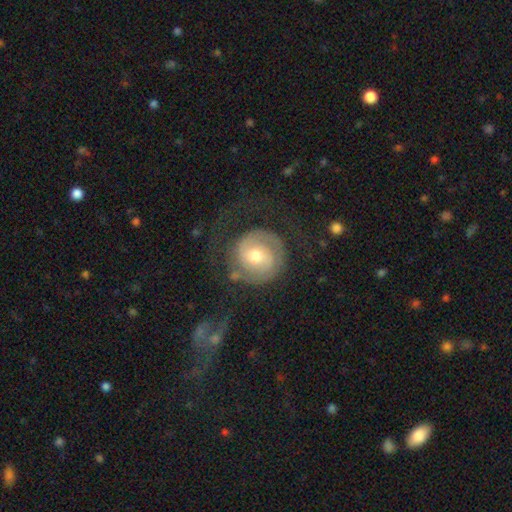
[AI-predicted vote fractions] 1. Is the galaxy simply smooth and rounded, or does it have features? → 76% featured or disk, 18% smooth, 6% star or artifact.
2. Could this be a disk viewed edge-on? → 98% no, 2% yes.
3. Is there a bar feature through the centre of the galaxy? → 52% no, 39% weak, 9% strong.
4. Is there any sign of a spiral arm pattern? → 91% yes, 9% no.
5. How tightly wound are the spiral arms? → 47% tight, 36% medium, 17% loose.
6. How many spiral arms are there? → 71% 2, 12% can't tell, 9% 1, 4% 3, 2% 4, 2% more than 4.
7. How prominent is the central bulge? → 64% moderate, 27% small, 6% large, 1% none, 1% dominant.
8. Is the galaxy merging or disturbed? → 61% none, 22% major disturbance, 15% minor disturbance, 2% merger.